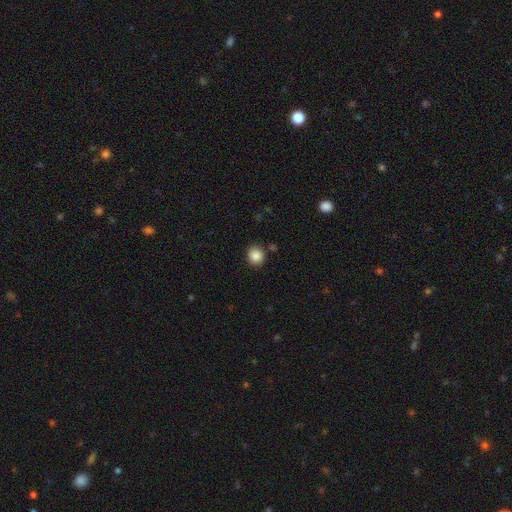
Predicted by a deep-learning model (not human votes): Morphology: type=smooth (87%); roundness=round (82%); merging=none (85%).